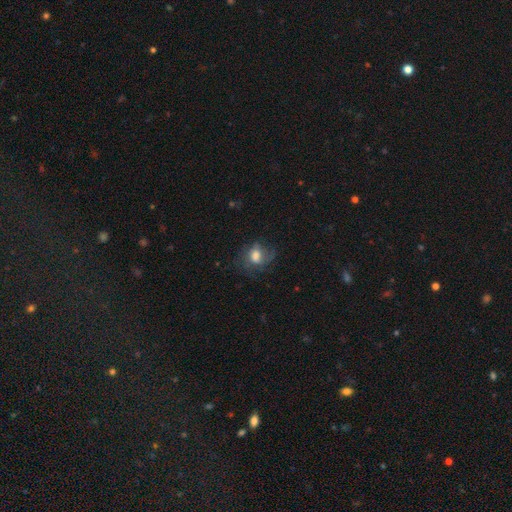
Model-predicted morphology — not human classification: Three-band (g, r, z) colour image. It shows a smooth galaxy with no disk features (58%) that is in between round and cigar-shaped (55%). Merging: none (51%).